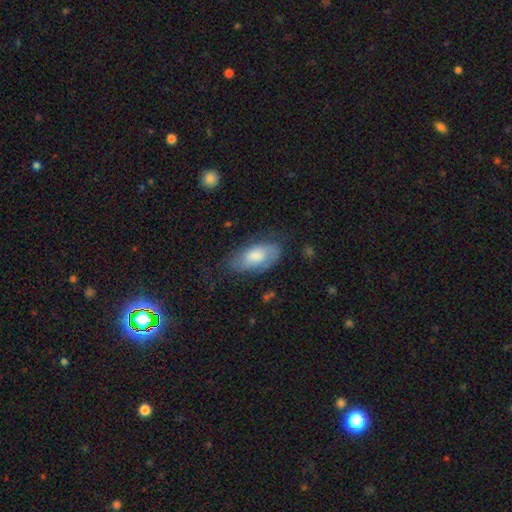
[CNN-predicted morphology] Q: Smooth or featured?
A: smooth (62%); runner-up: featured or disk (31%)
Q: How rounded?
A: in between (91%); runner-up: cigar-shaped (6%)
Q: Merging?
A: none (63%); runner-up: minor disturbance (25%)